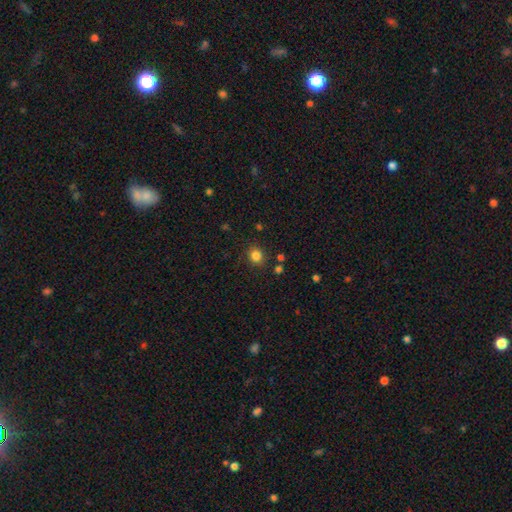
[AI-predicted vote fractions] Morphology: type=smooth (83%); roundness=round (78%); merging=none (85%).